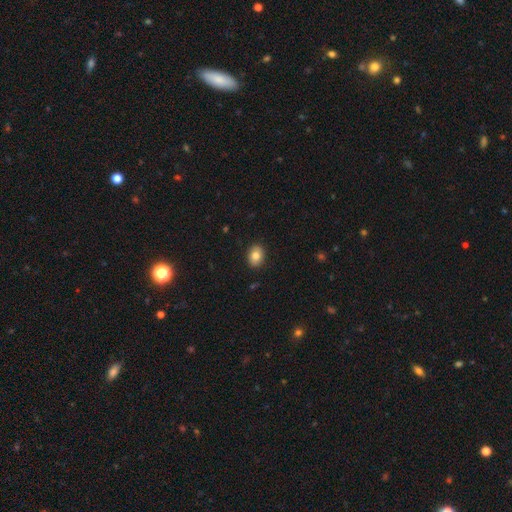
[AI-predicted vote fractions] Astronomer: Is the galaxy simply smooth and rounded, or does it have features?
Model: smooth — 82%.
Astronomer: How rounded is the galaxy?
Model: in between — 61% (runner-up: round, 38%).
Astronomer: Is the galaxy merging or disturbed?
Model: none — 90%.